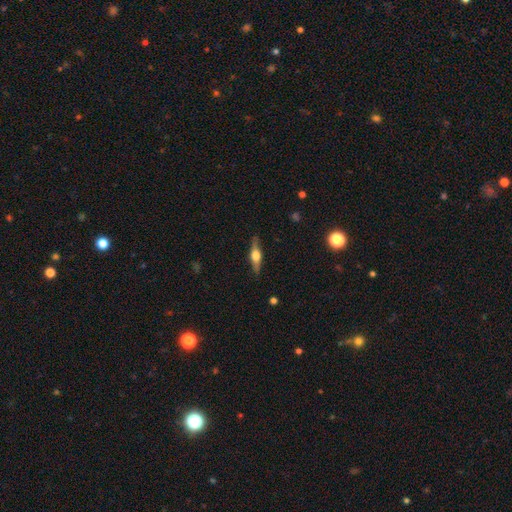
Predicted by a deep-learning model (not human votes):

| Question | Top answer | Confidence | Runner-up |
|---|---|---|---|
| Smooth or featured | featured or disk | 68% | smooth (27%) |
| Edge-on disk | yes | 96% | no (4%) |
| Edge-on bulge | rounded | 93% | boxy (6%) |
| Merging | none | 87% | minor disturbance (10%) |